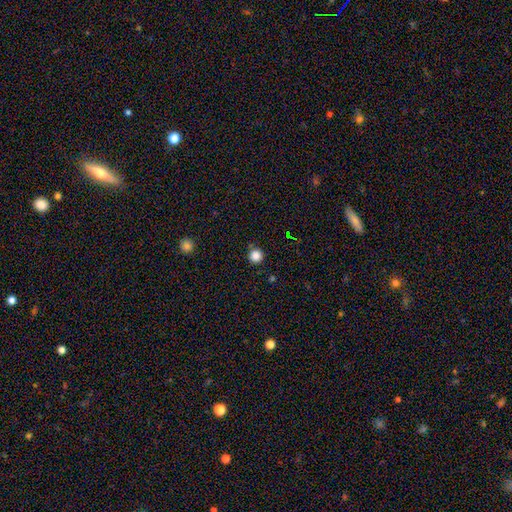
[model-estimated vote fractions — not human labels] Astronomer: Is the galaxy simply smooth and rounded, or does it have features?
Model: smooth — 84%.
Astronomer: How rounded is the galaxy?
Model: round — 96%.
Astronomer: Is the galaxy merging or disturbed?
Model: none — 88%.